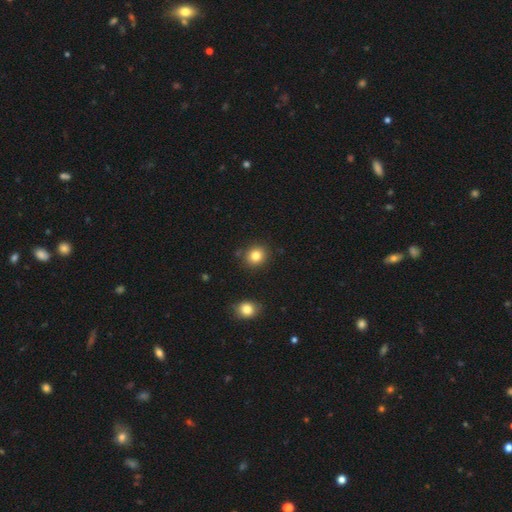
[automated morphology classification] Q: Smooth or featured?
A: smooth (82%); runner-up: star or artifact (11%)
Q: How rounded?
A: round (81%); runner-up: in between (19%)
Q: Merging?
A: none (86%); runner-up: minor disturbance (8%)